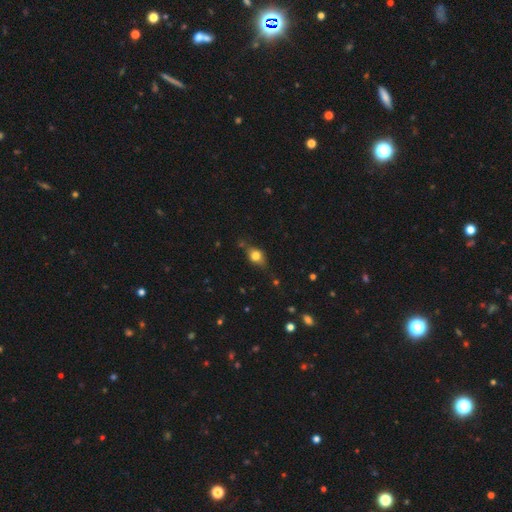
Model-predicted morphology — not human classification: This is likely a smooth galaxy (73%). How rounded: possibly in between (55%). Merging: likely none (64%).